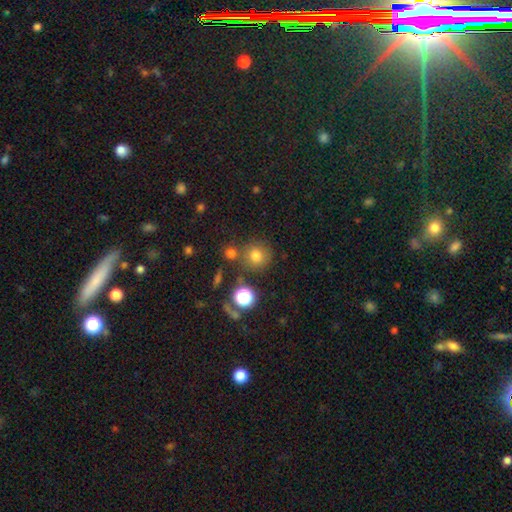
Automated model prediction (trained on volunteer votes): This appears to be a smooth galaxy with no disk features (73%) that is round (90%). Merging: none (72%).